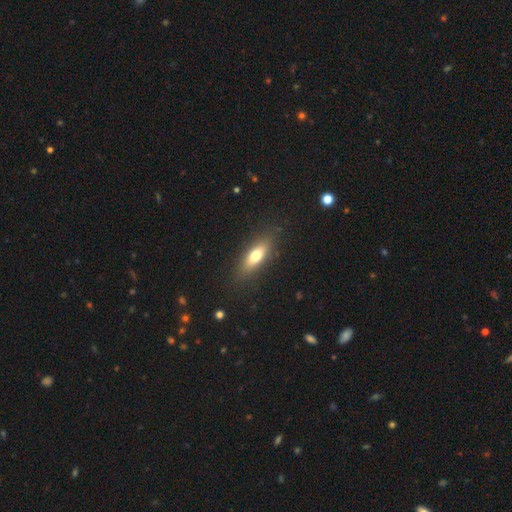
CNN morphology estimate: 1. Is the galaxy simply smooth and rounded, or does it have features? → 68% smooth, 25% featured or disk, 7% star or artifact.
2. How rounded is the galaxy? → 58% in between, 39% cigar-shaped, 3% round.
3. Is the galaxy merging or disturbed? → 85% none, 11% minor disturbance, 3% major disturbance, 1% merger.